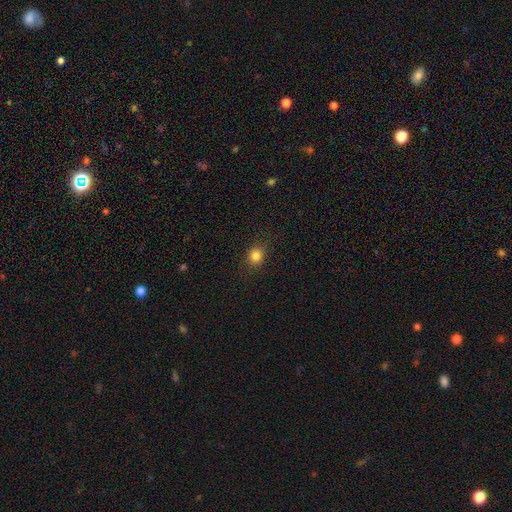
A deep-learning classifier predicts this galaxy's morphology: type=smooth (82%); roundness=round (73%); merging=none (84%).